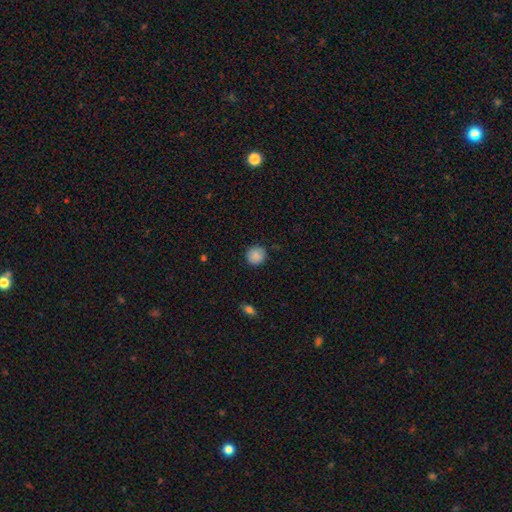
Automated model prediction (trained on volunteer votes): smooth_or_featured: smooth (p=0.88) [alt: star or artifact p=0.08]
how_rounded: round (p=0.92) [alt: in between p=0.08]
merging: none (p=0.88) [alt: minor disturbance p=0.09]